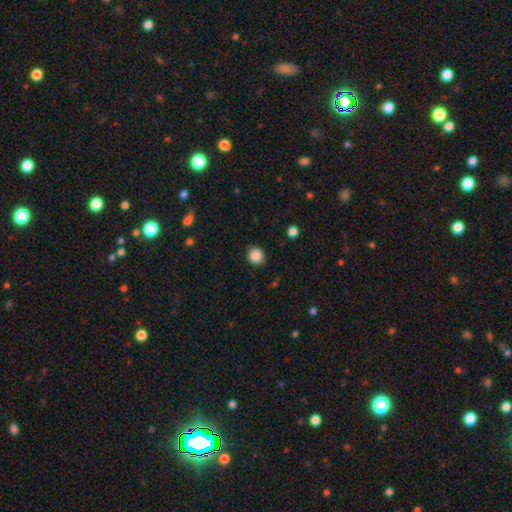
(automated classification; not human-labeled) Overall: smooth (87%). How rounded: round (78%). Merging: none (90%).